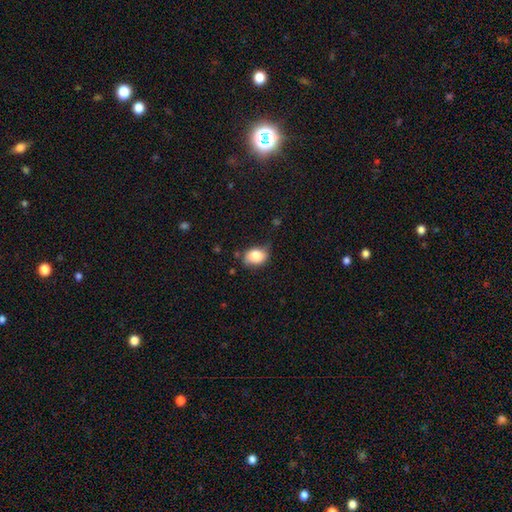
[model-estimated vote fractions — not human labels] This is clearly a smooth galaxy (81%). How rounded: likely in between (69%). Merging: likely none (60%).